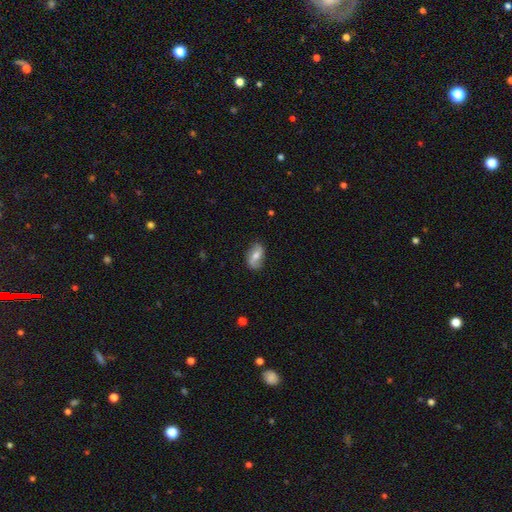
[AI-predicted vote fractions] Smooth or featured? smooth (47%)
Merging? none (78%)